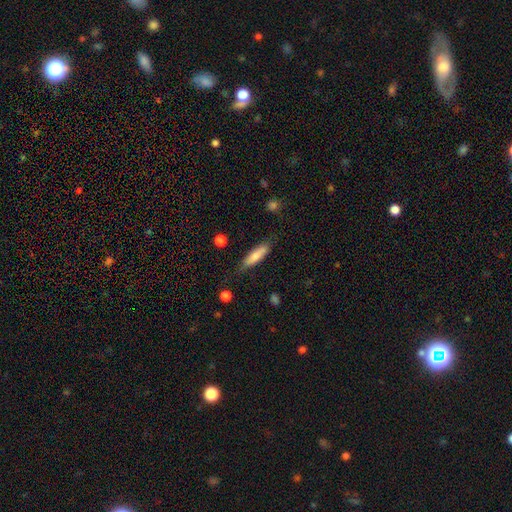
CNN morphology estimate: A smooth galaxy with no disk features (75%) that is cigar-shaped (68%). Merging: none (76%).